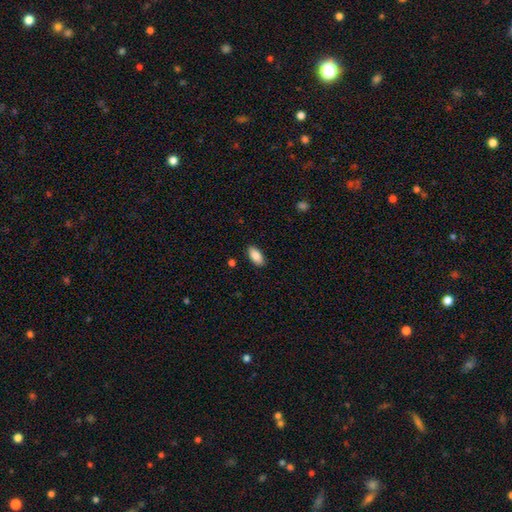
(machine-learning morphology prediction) smooth-or-featured: smooth: 88% | star or artifact: 7% | featured or disk: 6%
  how-rounded: in between: 91% | cigar-shaped: 7% | round: 2%
  merging: none: 88% | minor disturbance: 9% | major disturbance: 2% | merger: 1%